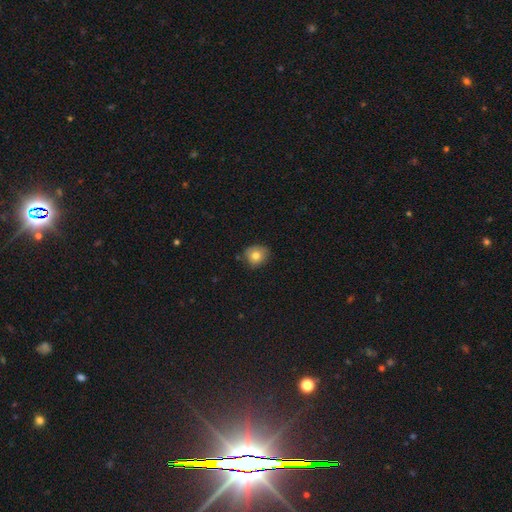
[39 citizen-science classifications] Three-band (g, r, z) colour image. It shows a smooth galaxy with no disk features (82%) that is round (78%). Merging: none (77%).